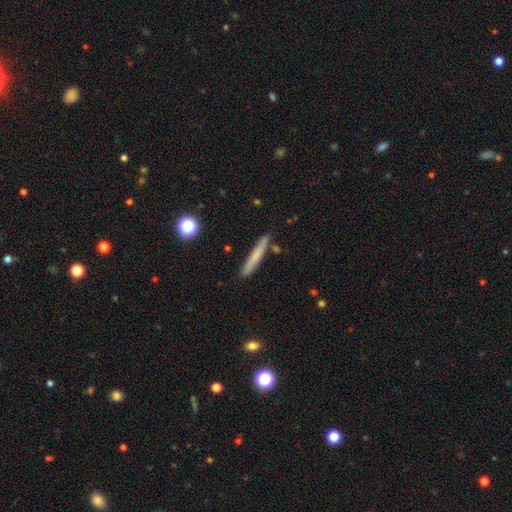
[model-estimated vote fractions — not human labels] Smooth or featured?
  - smooth: 65% *
  - featured or disk: 27%
  - star or artifact: 7%
How rounded?
  - cigar-shaped: 95% *
  - in between: 3%
  - round: 1%
Merging?
  - none: 85% *
  - minor disturbance: 10%
  - merger: 3%
  - major disturbance: 2%